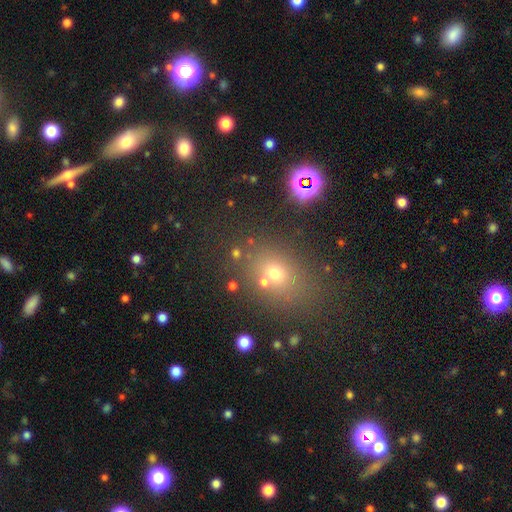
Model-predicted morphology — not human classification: A smooth galaxy with no disk features (51%) that is round (50%). Merging: none (81%).